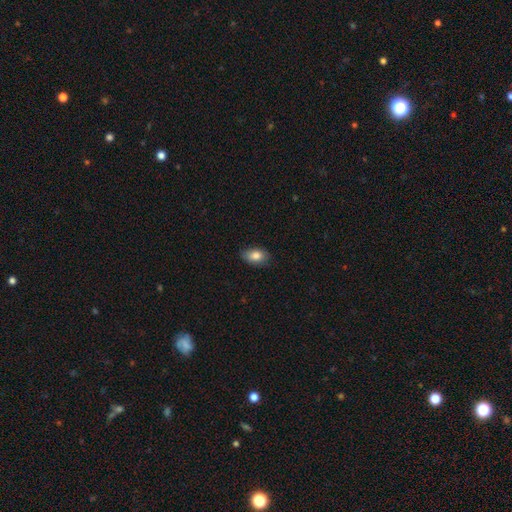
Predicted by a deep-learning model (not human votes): smooth 83%, featured or disk 10%, star or artifact 7%. Down the decision tree: how rounded — in between (90%); merging — none (82%).